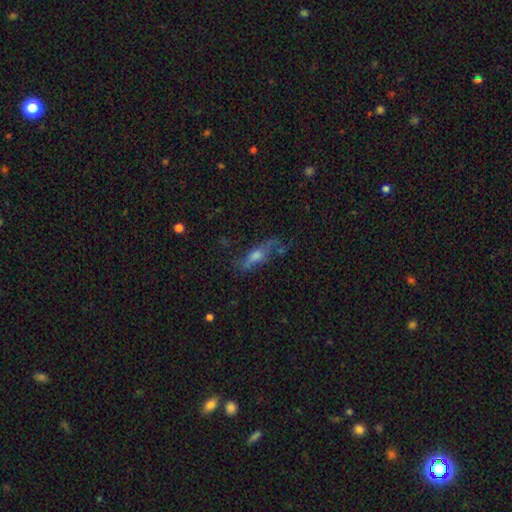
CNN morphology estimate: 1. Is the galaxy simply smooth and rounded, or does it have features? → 53% featured or disk, 35% smooth, 12% star or artifact.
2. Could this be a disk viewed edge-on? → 58% yes, 42% no.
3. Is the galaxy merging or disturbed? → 54% none, 24% minor disturbance, 18% major disturbance, 4% merger.